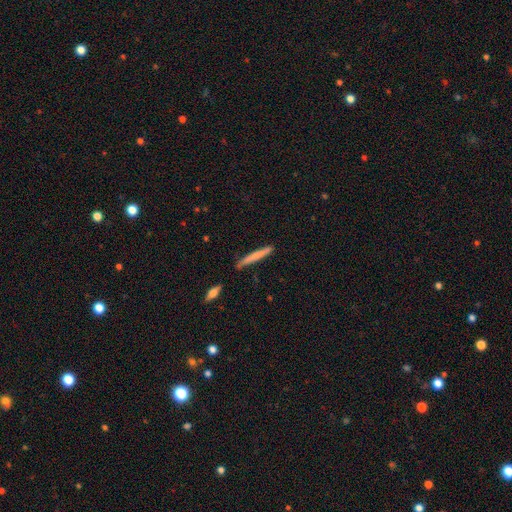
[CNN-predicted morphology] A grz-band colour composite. It shows a smooth galaxy with no disk features (67%) that is cigar-shaped (96%). Merging: none (84%).